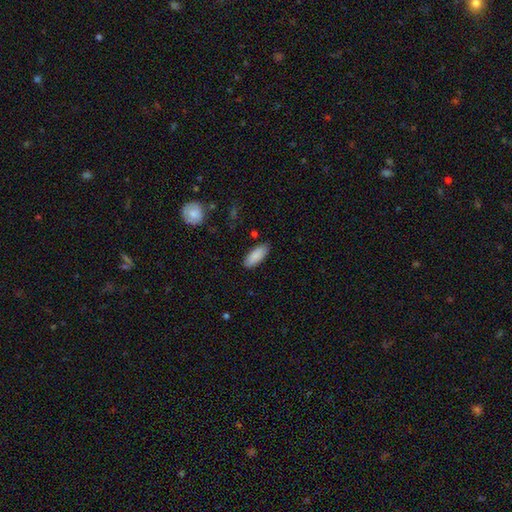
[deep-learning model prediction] The model was most divided on "how rounded": in between: 79%, cigar-shaped: 19%, round: 2%. More confident: smooth or featured — smooth (89%); merging — none (86%).